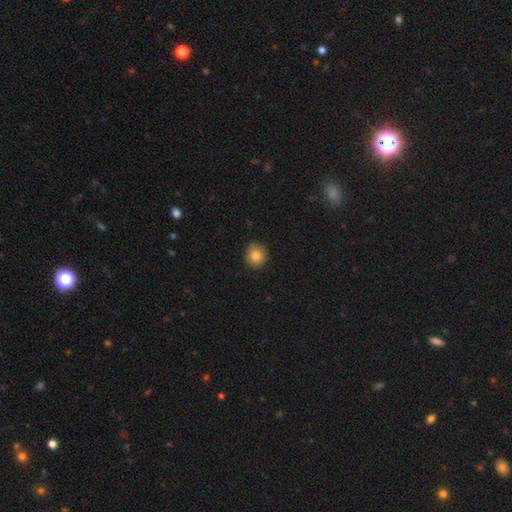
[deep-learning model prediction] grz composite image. It shows a smooth galaxy with no disk features (83%) that is round (86%). Merging: none (88%).